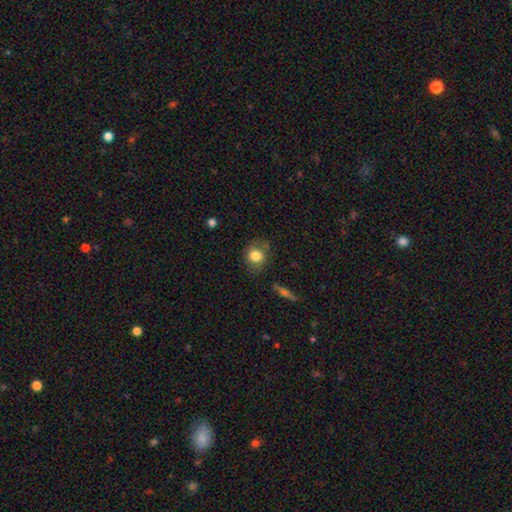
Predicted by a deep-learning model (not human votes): This is likely a smooth galaxy (79%). How rounded: likely round (74%). Merging: likely none (72%).